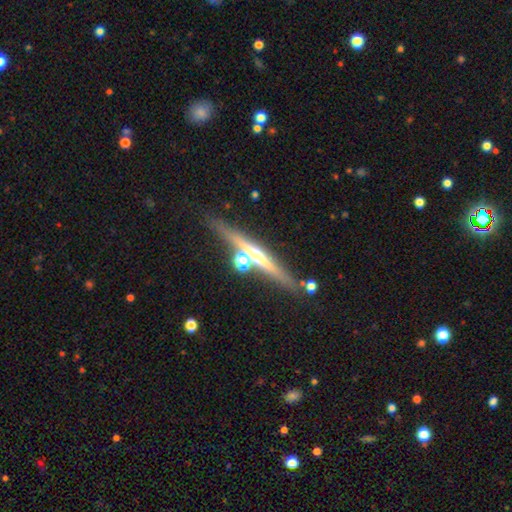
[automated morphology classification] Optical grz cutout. It shows a featured or disk galaxy (70%) viewed edge-on (95%) with a rounded central bulge (88%). Merging: none (75%).